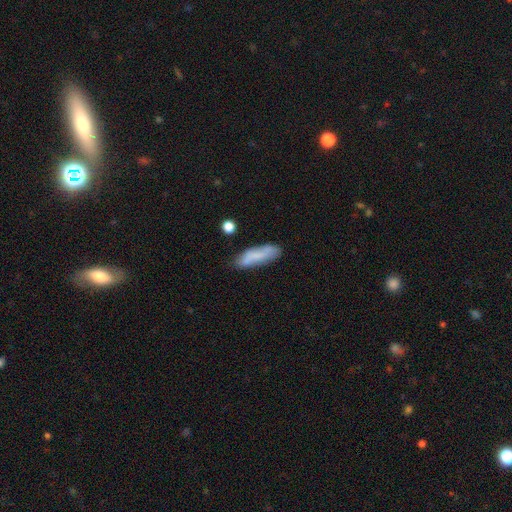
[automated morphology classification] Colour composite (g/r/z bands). It shows a smooth galaxy with no disk features (70%) that is cigar-shaped (58%). Merging: none (72%).